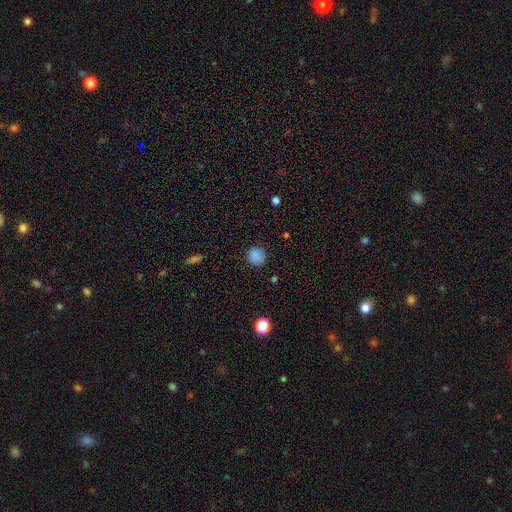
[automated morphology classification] The model was most divided on "merging": none: 80%, minor disturbance: 15%, major disturbance: 4%, merger: 1%. More confident: how rounded — round (87%); smooth or featured — smooth (82%).